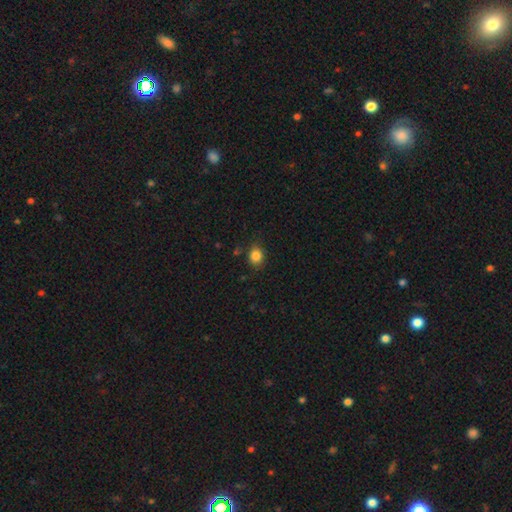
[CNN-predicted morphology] smooth-or-featured: smooth: 85% | star or artifact: 11% | featured or disk: 5%
  how-rounded: round: 61% | in between: 38% | cigar-shaped: 1%
  merging: none: 81% | minor disturbance: 14% | major disturbance: 3% | merger: 2%